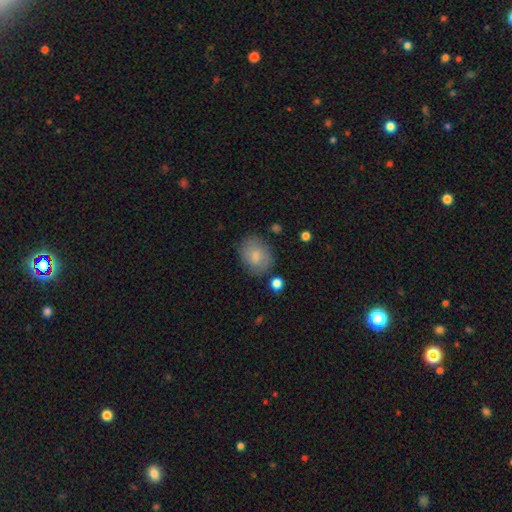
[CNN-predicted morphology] This is clearly a smooth galaxy (80%). How rounded: possibly in between (51%). Merging: likely none (76%).